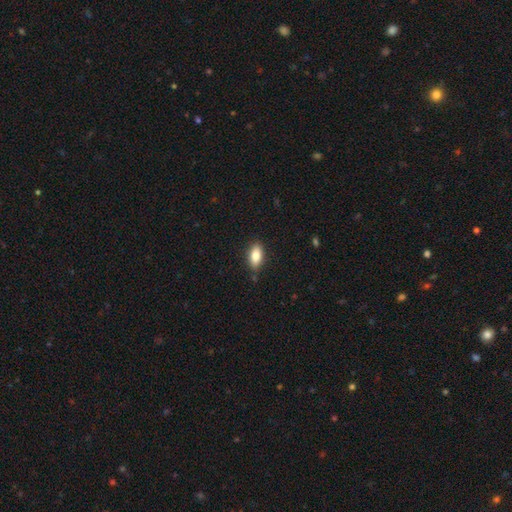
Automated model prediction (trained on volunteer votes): A smooth galaxy with no disk features (83%) that is in between round and cigar-shaped (89%). Merging: none (85%).